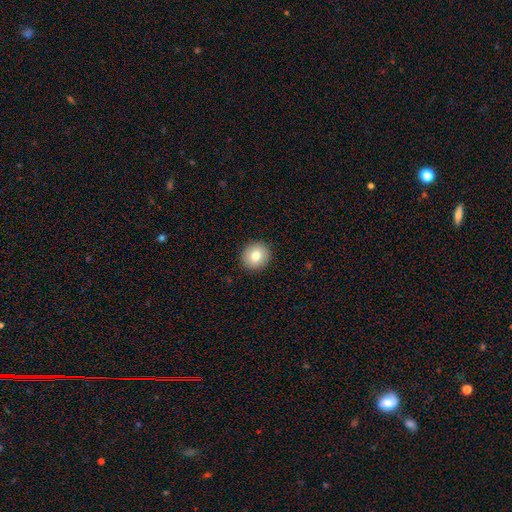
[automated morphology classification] This is likely a smooth galaxy (79%). How rounded: clearly round (90%). Merging: clearly none (92%).